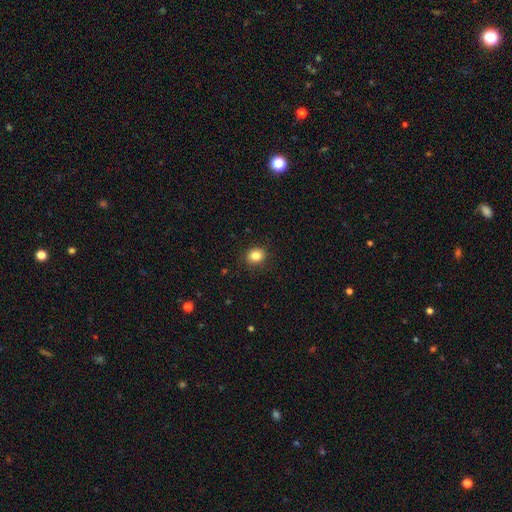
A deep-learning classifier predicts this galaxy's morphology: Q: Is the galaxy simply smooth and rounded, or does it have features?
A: smooth — 84%.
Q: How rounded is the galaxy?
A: round — 73%.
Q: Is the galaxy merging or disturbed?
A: none — 89%.